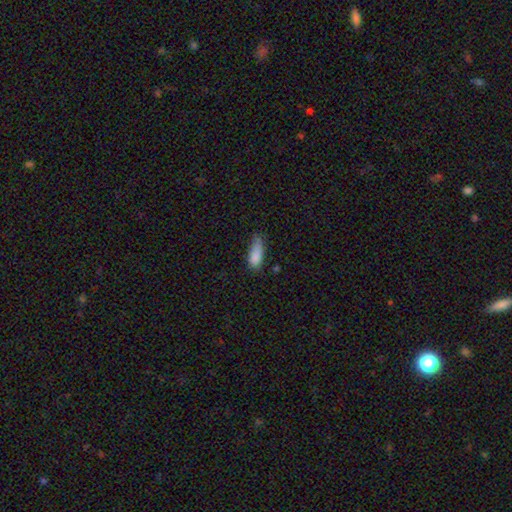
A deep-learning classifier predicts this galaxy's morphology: A smooth galaxy with no disk features (86%) that is in between round and cigar-shaped (70%). Merging: none (48%).